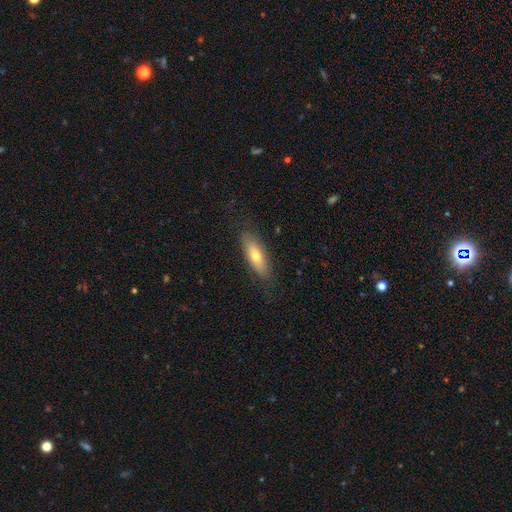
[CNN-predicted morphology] Smooth or featured? Predicted: smooth (p=0.65). How rounded? Predicted: in between (p=0.58). Merging? Predicted: none (p=0.81).